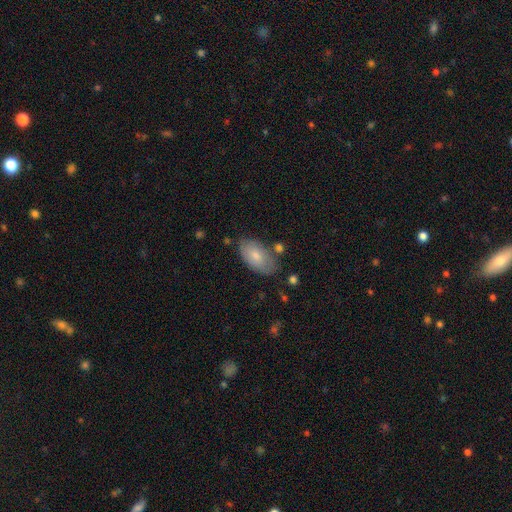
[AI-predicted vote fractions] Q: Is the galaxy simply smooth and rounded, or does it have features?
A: smooth — 79%.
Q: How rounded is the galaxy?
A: in between — 94%.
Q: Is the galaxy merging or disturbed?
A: none — 70%.